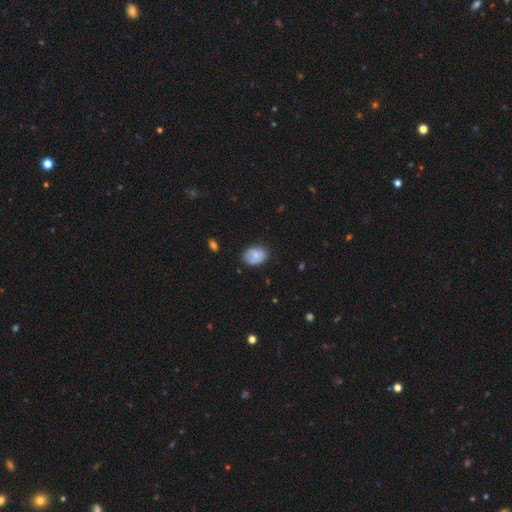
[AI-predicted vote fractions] This is likely a smooth galaxy (75%). How rounded: likely in between (69%). Merging: likely none (69%).